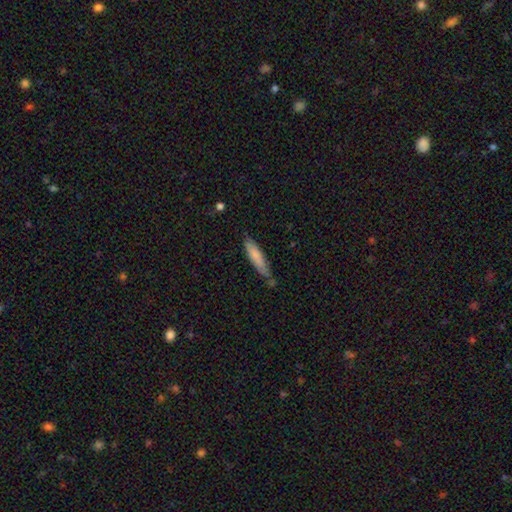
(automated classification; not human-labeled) Q: Smooth or featured?
A: smooth (76%); runner-up: featured or disk (18%)
Q: How rounded?
A: cigar-shaped (81%); runner-up: in between (18%)
Q: Merging?
A: none (66%); runner-up: minor disturbance (24%)